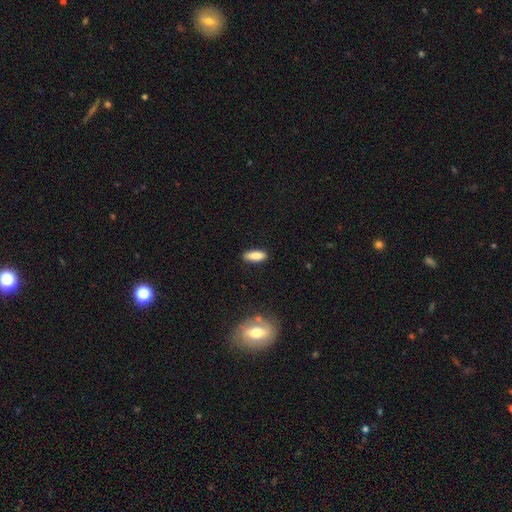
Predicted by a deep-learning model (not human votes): This appears to be a smooth galaxy with no disk features (86%) that is in between round and cigar-shaped (69%). Merging: none (88%).